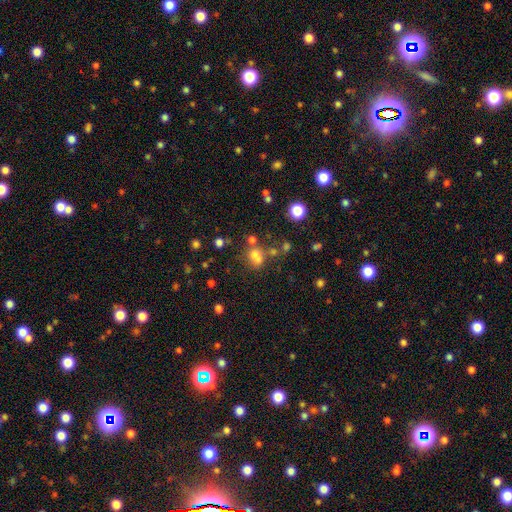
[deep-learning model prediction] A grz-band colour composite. It shows a smooth galaxy with no disk features (64%) that is in between round and cigar-shaped (50%). Merging: none (40%).